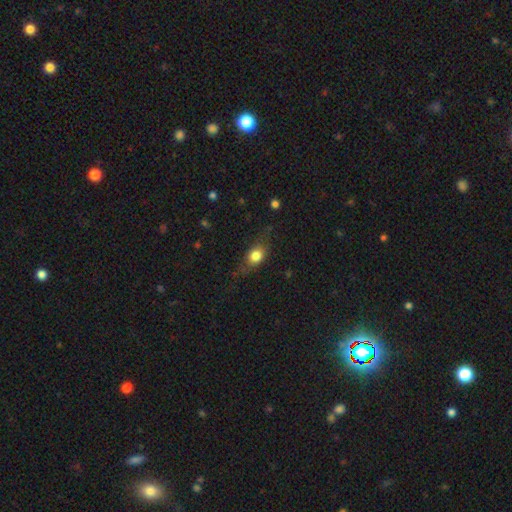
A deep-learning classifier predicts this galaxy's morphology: Smooth or featured? smooth (74%)
How rounded? in between (58%)
Merging? none (66%)